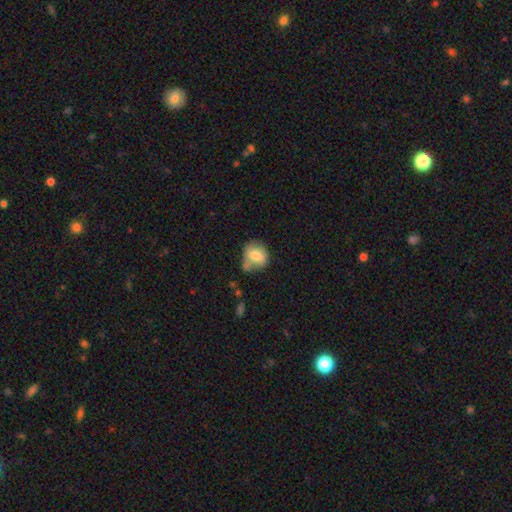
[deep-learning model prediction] Smooth or featured? smooth (73%)
How rounded? round (65%)
Merging? none (45%)